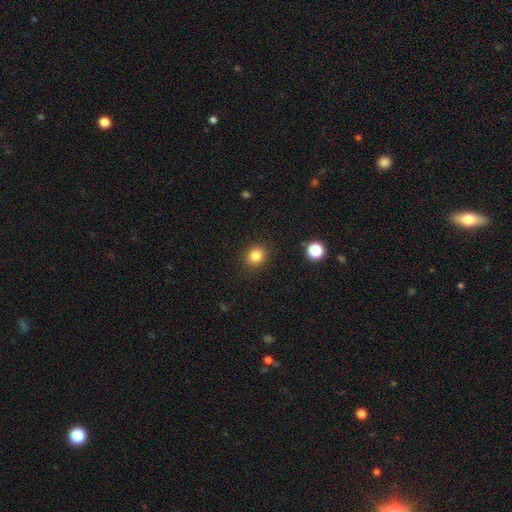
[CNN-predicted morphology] Q: Smooth or featured?
A: smooth (83%); runner-up: star or artifact (11%)
Q: How rounded?
A: round (75%); runner-up: in between (25%)
Q: Merging?
A: none (90%); runner-up: minor disturbance (7%)